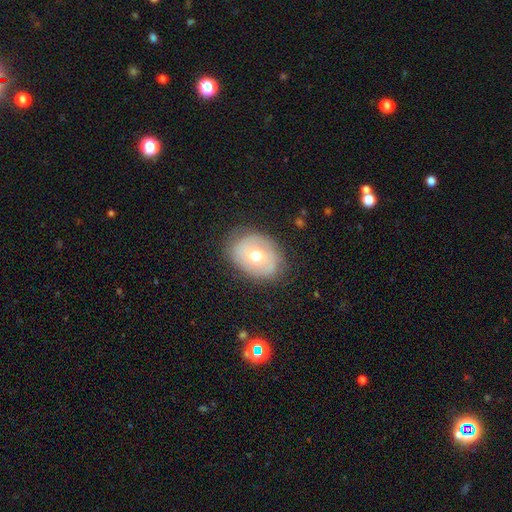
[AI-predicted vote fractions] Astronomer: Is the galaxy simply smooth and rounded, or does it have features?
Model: smooth — 46%, tied with featured or disk at 46%.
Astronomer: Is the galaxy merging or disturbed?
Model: none — 76%.